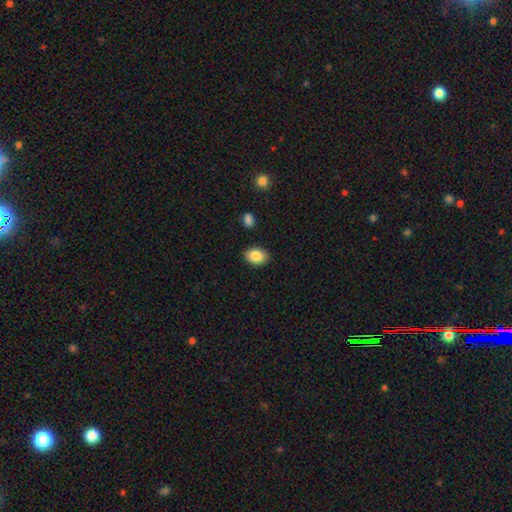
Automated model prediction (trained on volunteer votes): A smooth galaxy with no disk features (86%) that is in between round and cigar-shaped (82%). Merging: none (87%).